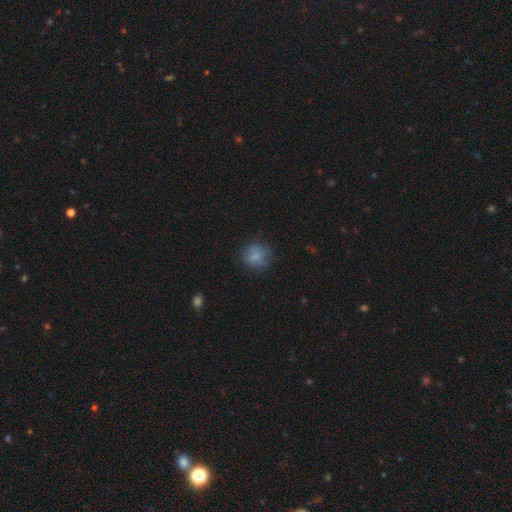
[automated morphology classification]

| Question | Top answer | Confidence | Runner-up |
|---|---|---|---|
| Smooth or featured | smooth | 76% | featured or disk (13%) |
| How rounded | round | 82% | in between (17%) |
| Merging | none | 73% | minor disturbance (18%) |